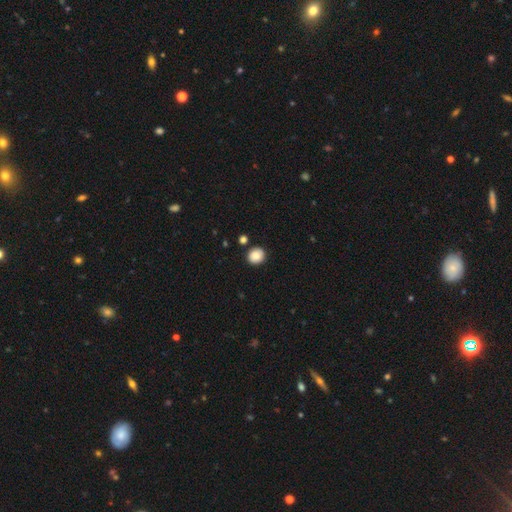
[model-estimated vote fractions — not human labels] This appears to be a smooth galaxy with no disk features (85%) that is round (86%). Merging: none (86%).